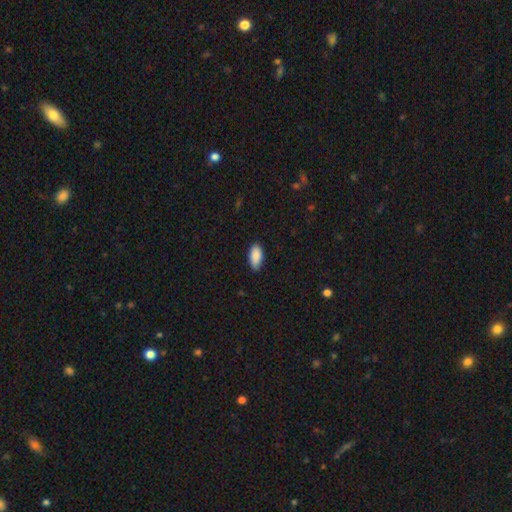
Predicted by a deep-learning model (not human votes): smooth 89%, star or artifact 6%, featured or disk 4%. Down the decision tree: how rounded — in between (92%); merging — none (82%).